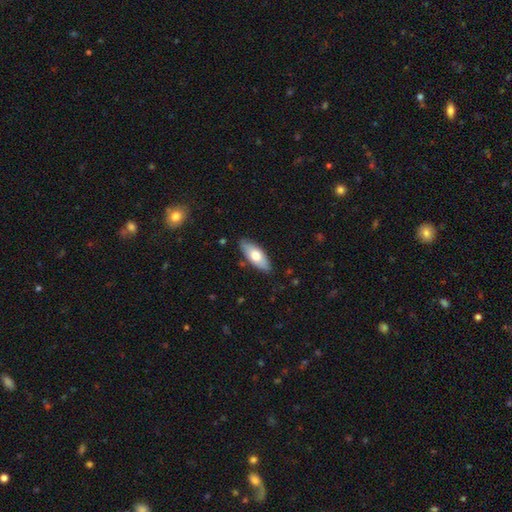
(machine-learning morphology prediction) This is likely a smooth galaxy (68%). How rounded: likely in between (79%). Merging: clearly none (86%).